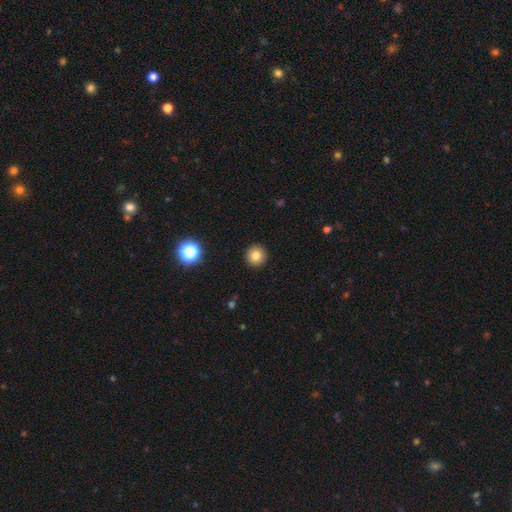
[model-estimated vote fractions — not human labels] Overall: smooth (80%). How rounded: round (95%). Merging: none (93%).